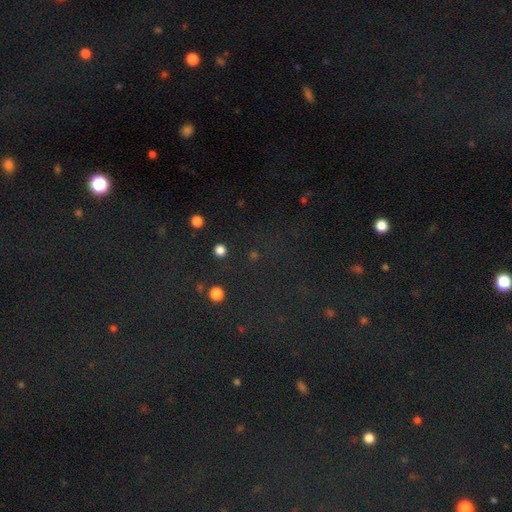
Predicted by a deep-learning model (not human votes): Smooth or featured? Predicted: star or artifact (p=0.77).